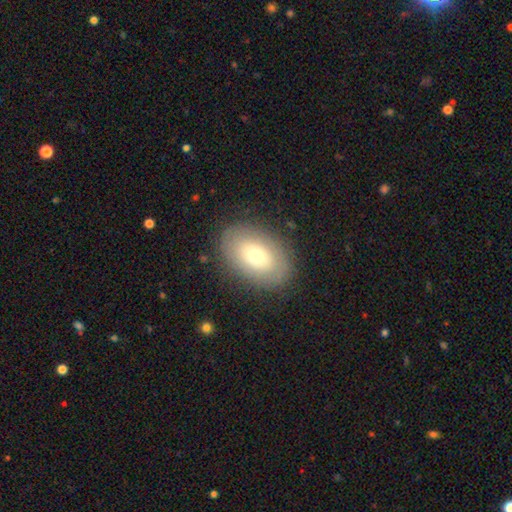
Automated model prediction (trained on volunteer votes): This appears to be a smooth galaxy with no disk features (65%) that is in between round and cigar-shaped (83%). Merging: none (84%).